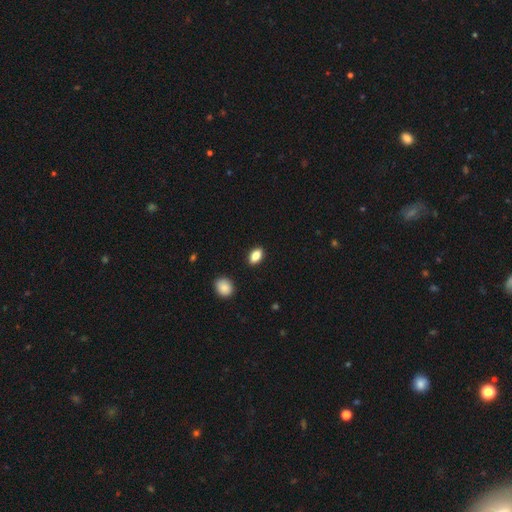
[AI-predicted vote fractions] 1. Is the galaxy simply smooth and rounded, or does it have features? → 85% smooth, 8% star or artifact, 7% featured or disk.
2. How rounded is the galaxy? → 86% in between, 9% round, 4% cigar-shaped.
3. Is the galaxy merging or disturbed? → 89% none, 7% minor disturbance, 2% major disturbance, 1% merger.